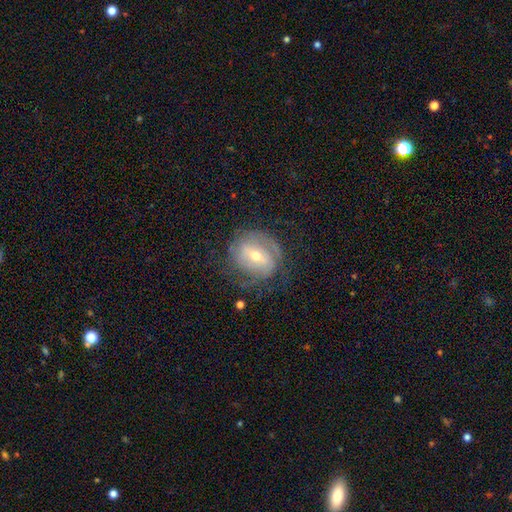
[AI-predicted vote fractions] A featured or disk galaxy (73%) with a weak bar (46%), 2 (51%) tight (48%) spiral arms (79%) and a moderate central bulge (58%). Merging: none (64%).